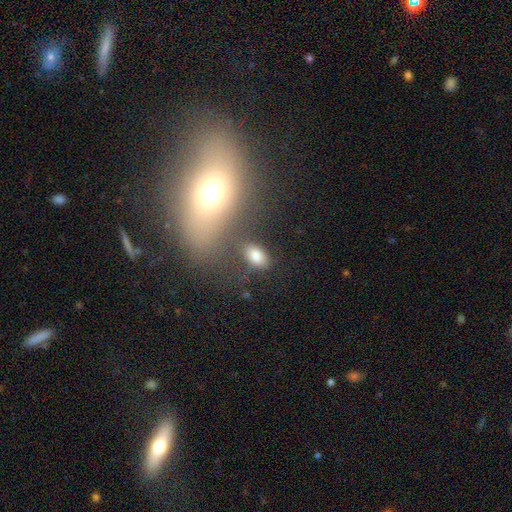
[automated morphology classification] Smooth or featured?
  - smooth: 81% *
  - star or artifact: 11%
  - featured or disk: 8%
How rounded?
  - in between: 89% *
  - round: 9%
  - cigar-shaped: 2%
Merging?
  - none: 73% *
  - minor disturbance: 13%
  - merger: 8%
  - major disturbance: 5%